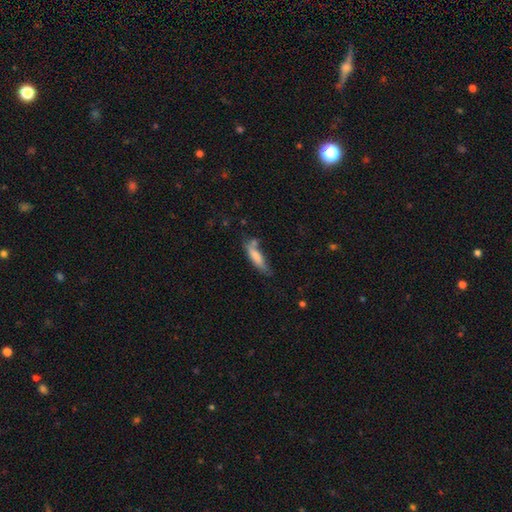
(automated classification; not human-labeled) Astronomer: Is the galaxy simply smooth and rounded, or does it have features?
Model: smooth — 76%.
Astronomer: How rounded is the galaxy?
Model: cigar-shaped — 68%.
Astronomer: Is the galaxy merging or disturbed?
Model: none — 49% (runner-up: minor disturbance, 28%).